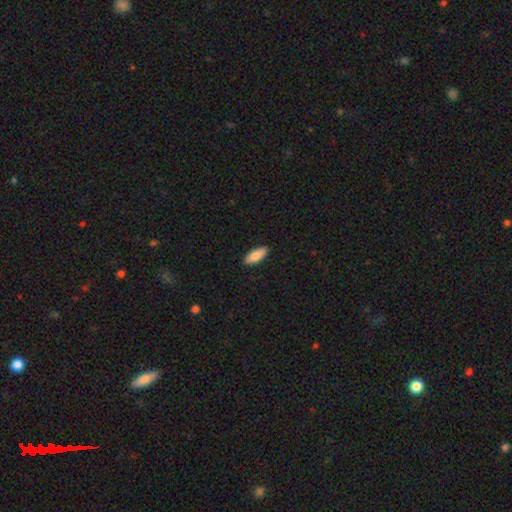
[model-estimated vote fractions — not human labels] smooth-or-featured: smooth: 82% | featured or disk: 12% | star or artifact: 6%
  how-rounded: in between: 74% | cigar-shaped: 24% | round: 2%
  merging: none: 90% | minor disturbance: 7% | major disturbance: 2% | merger: 1%